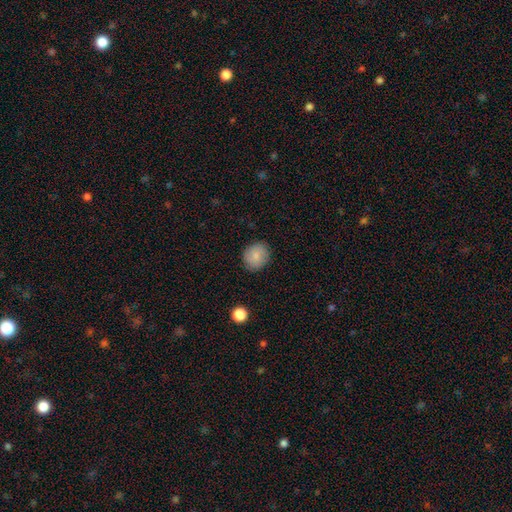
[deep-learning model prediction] The model was most divided on "how rounded": round: 70%, in between: 29%, cigar-shaped: 1%. More confident: merging — none (86%); smooth or featured — smooth (82%).